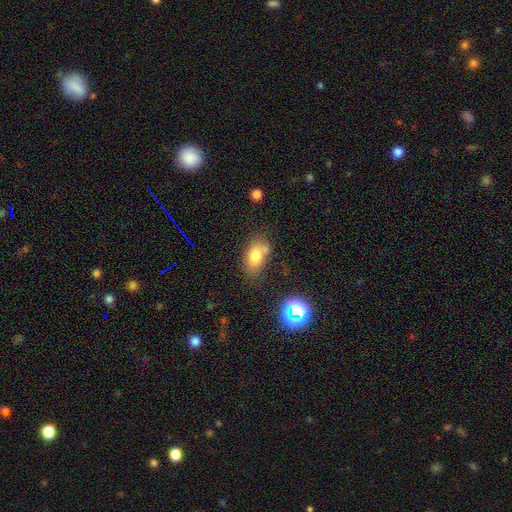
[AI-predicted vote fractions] A smooth galaxy with no disk features (76%) that is in between round and cigar-shaped (87%). Merging: none (59%).